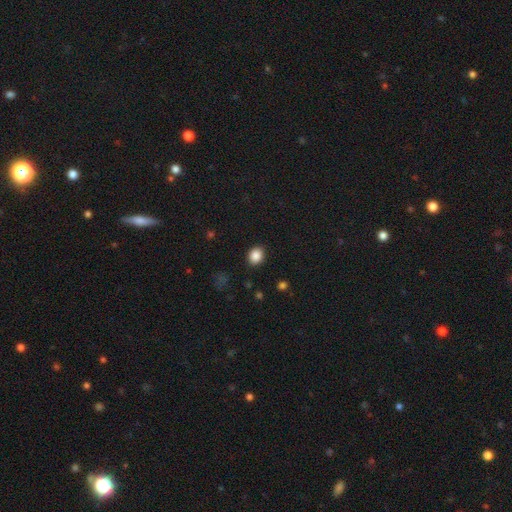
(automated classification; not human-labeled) smooth 87%, star or artifact 9%, featured or disk 4%. Down the decision tree: how rounded — round (61%); merging — none (90%).